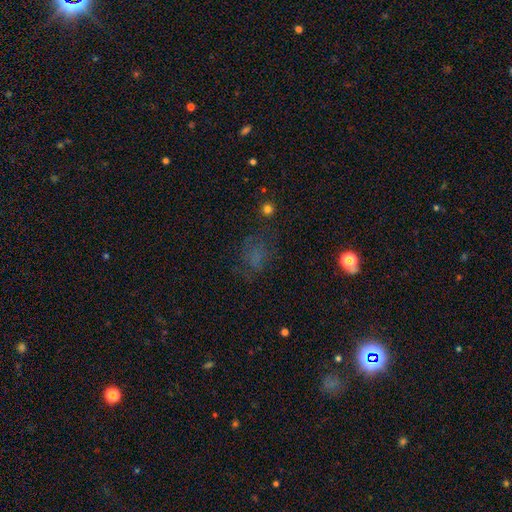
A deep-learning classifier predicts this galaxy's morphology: type=smooth (50%); roundness=in between (58%); merging=none (58%).